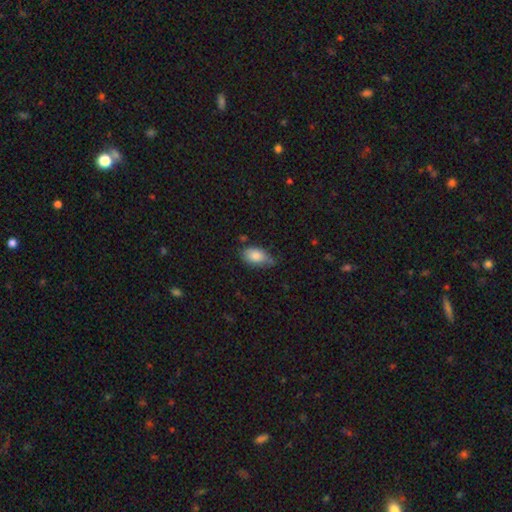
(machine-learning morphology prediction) smooth-or-featured: smooth: 84% | featured or disk: 9% | star or artifact: 7%
  how-rounded: in between: 90% | round: 7% | cigar-shaped: 3%
  merging: none: 51% | minor disturbance: 38% | major disturbance: 8% | merger: 4%